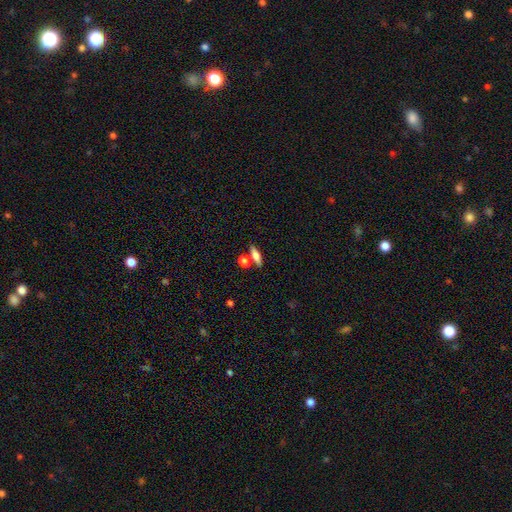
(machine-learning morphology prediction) Smooth or featured: smooth — 64% (featured or disk — 27%)
How rounded: in between — 49% (cigar-shaped — 45%)
Merging: none — 69% (merger — 17%)